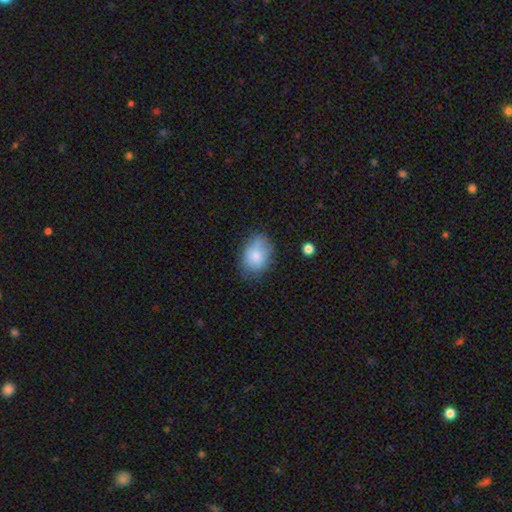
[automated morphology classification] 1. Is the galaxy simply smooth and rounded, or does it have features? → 81% smooth, 11% featured or disk, 8% star or artifact.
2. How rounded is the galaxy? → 75% in between, 24% round, 1% cigar-shaped.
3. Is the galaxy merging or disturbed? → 61% none, 28% minor disturbance, 8% major disturbance, 3% merger.